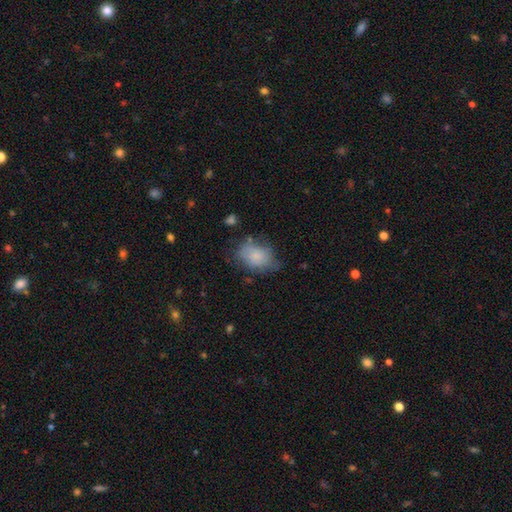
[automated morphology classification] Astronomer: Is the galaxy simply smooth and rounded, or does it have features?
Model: smooth — 75%.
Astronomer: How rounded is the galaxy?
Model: in between — 79%.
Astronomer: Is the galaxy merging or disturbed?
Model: none — 53% (runner-up: minor disturbance, 31%).